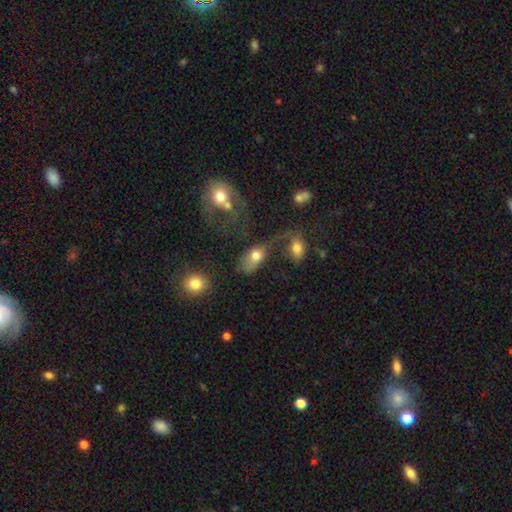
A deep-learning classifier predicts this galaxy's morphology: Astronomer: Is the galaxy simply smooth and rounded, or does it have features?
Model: smooth — 66%.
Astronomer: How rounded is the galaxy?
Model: in between — 83%.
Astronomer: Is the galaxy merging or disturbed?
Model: merger — 33% (runner-up: major disturbance, 30%).